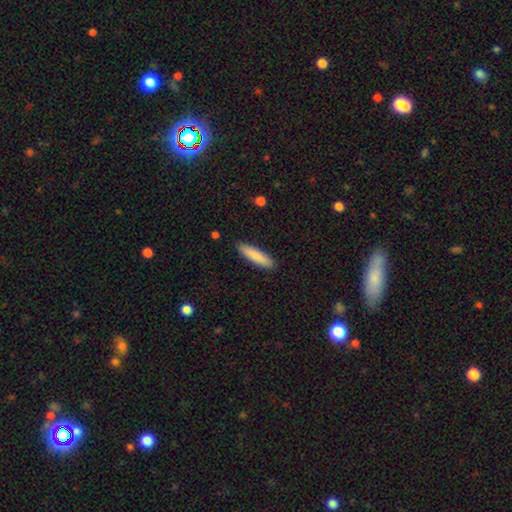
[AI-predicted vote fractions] smooth_or_featured: smooth (p=0.85) [alt: featured or disk p=0.10]
how_rounded: cigar-shaped (p=0.75) [alt: in between p=0.23]
merging: none (p=0.88) [alt: minor disturbance p=0.09]